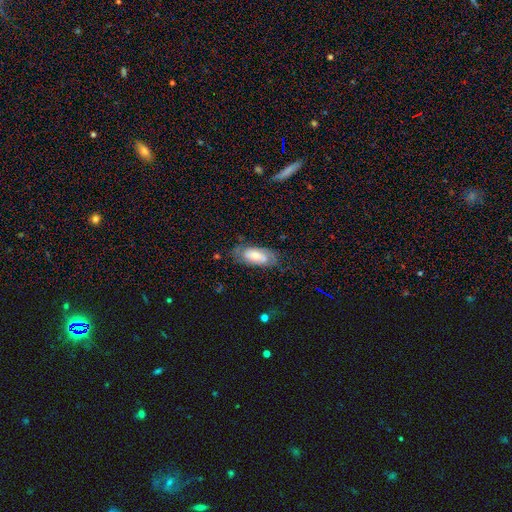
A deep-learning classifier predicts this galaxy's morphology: Q: Smooth or featured?
A: smooth (49%); runner-up: featured or disk (43%)
Q: Merging?
A: none (65%); runner-up: minor disturbance (24%)